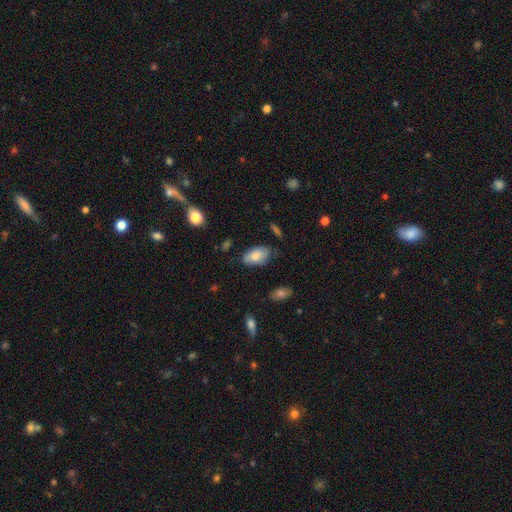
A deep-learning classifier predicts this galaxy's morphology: Q: Smooth or featured?
A: smooth (77%); runner-up: featured or disk (17%)
Q: How rounded?
A: in between (94%); runner-up: round (4%)
Q: Merging?
A: none (69%); runner-up: minor disturbance (24%)